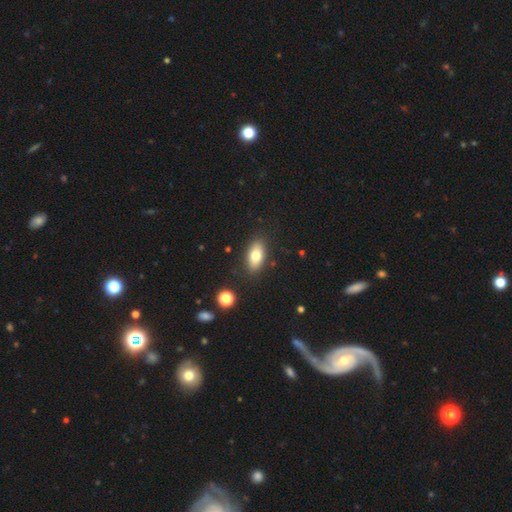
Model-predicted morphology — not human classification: Q: Smooth or featured?
A: smooth (77%); runner-up: featured or disk (15%)
Q: How rounded?
A: in between (88%); runner-up: cigar-shaped (6%)
Q: Merging?
A: none (86%); runner-up: minor disturbance (10%)